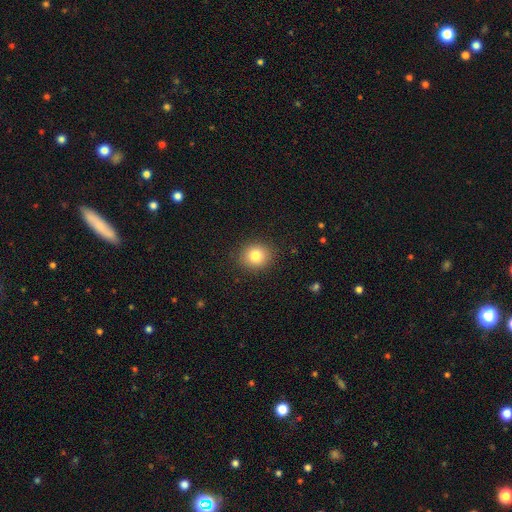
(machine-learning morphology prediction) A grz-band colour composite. It shows a smooth galaxy with no disk features (81%) that is round (77%). Merging: none (90%).